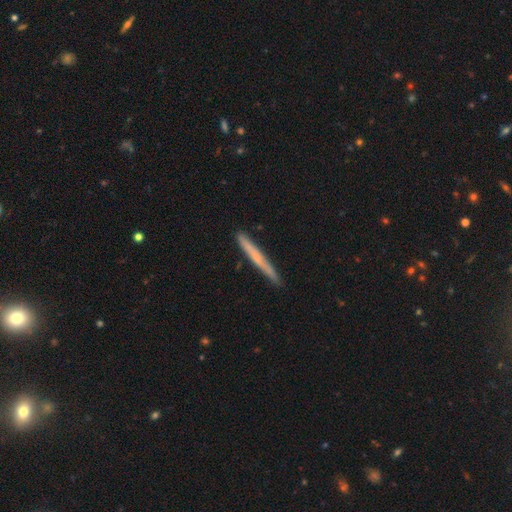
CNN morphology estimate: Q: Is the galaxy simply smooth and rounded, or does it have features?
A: smooth — 53%.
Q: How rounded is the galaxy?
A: cigar-shaped — 97%.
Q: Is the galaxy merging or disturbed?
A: none — 88%.